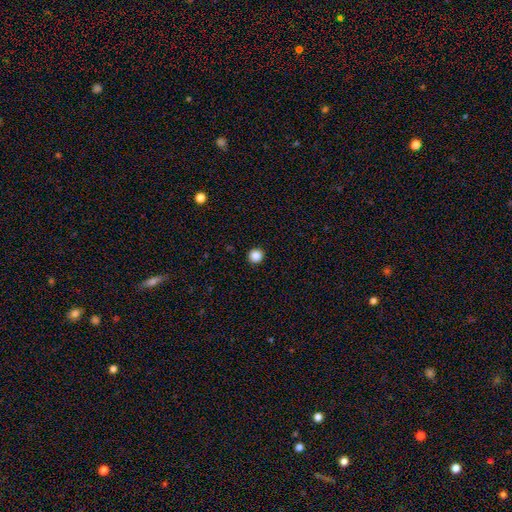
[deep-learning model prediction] Q: Smooth or featured?
A: smooth (87%); runner-up: star or artifact (11%)
Q: How rounded?
A: round (95%); runner-up: in between (4%)
Q: Merging?
A: none (93%); runner-up: minor disturbance (4%)